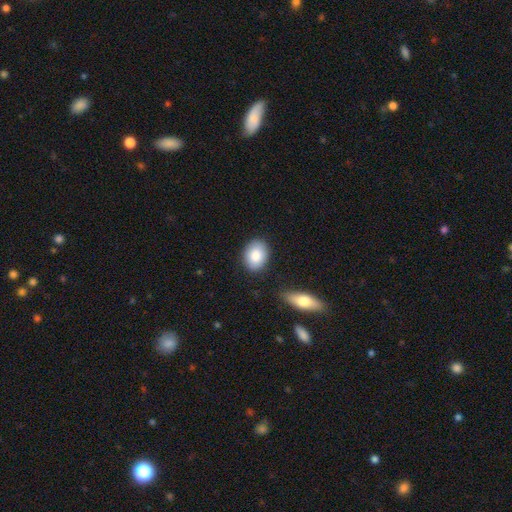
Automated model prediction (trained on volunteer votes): Q: Smooth or featured?
A: smooth (85%); runner-up: featured or disk (9%)
Q: How rounded?
A: in between (74%); runner-up: round (24%)
Q: Merging?
A: none (84%); runner-up: minor disturbance (11%)